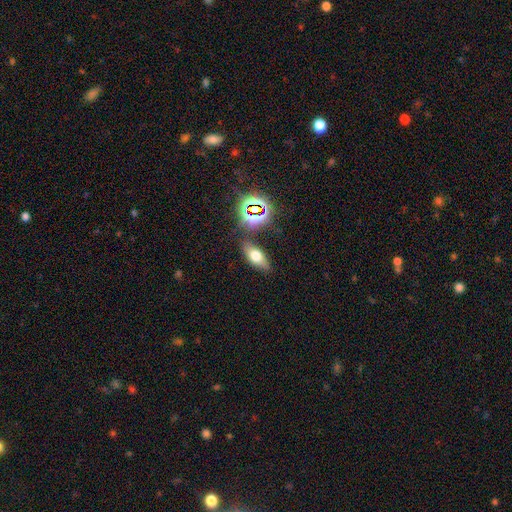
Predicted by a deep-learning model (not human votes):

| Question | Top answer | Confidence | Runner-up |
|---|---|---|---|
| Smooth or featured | smooth | 59% | featured or disk (22%) |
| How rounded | in between | 79% | cigar-shaped (14%) |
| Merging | none | 78% | minor disturbance (13%) |